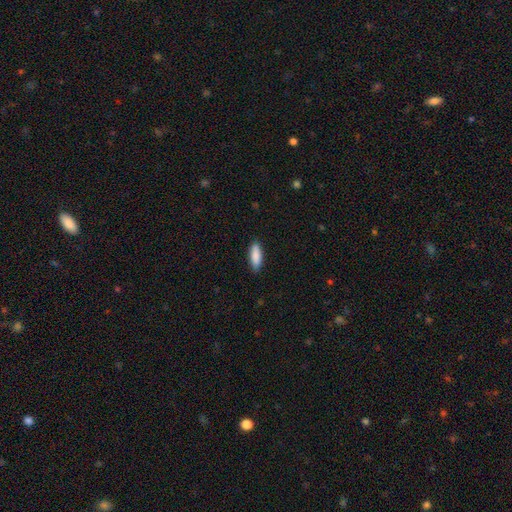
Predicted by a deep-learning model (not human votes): Smooth or featured?
  - smooth: 88% *
  - featured or disk: 7%
  - star or artifact: 6%
How rounded?
  - in between: 62% *
  - cigar-shaped: 36%
  - round: 2%
Merging?
  - none: 86% *
  - minor disturbance: 11%
  - major disturbance: 2%
  - merger: 1%